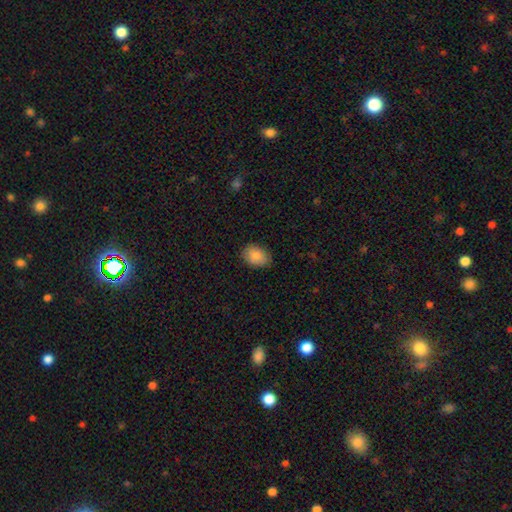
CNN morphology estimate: A smooth galaxy with no disk features (88%) that is in between round and cigar-shaped (78%). Merging: none (85%).